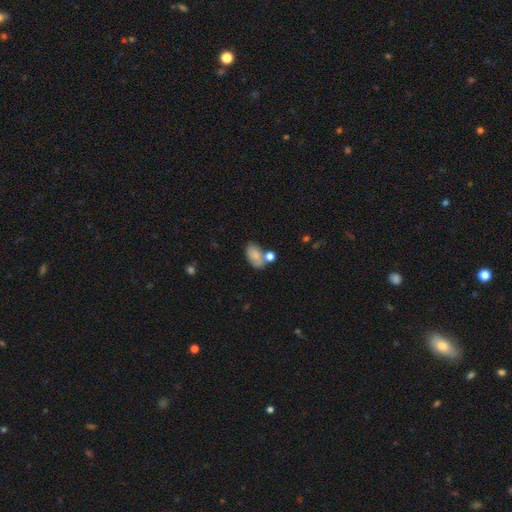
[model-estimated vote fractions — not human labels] This is likely a smooth galaxy (79%). How rounded: clearly in between (91%). Merging: possibly none (47%).